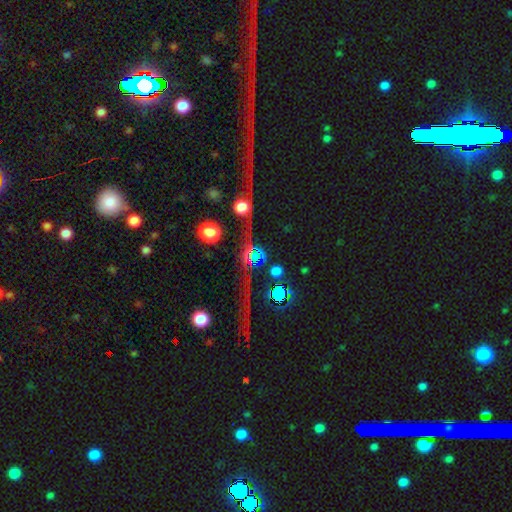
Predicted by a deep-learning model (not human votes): Smooth or featured?
  - star or artifact: 57% *
  - smooth: 23%
  - featured or disk: 20%